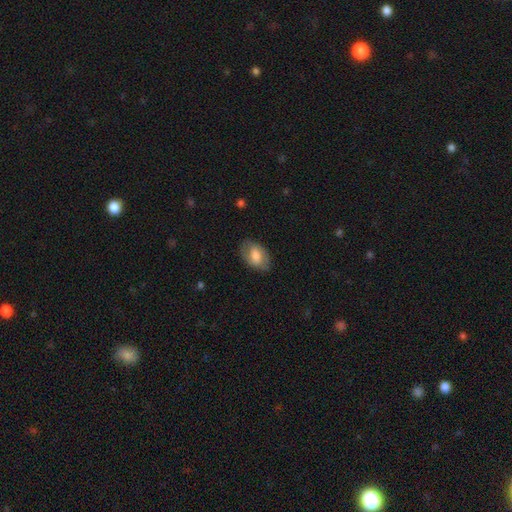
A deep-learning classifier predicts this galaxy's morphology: A smooth galaxy with no disk features (63%) that is in between round and cigar-shaped (88%).

Vote fractions:
- Smooth or featured? smooth: 63% / featured or disk: 30% / star or artifact: 7%
- How rounded? in between: 88% / round: 10% / cigar-shaped: 1%
- Merging? none: 78% / minor disturbance: 16% / major disturbance: 5% / merger: 1%